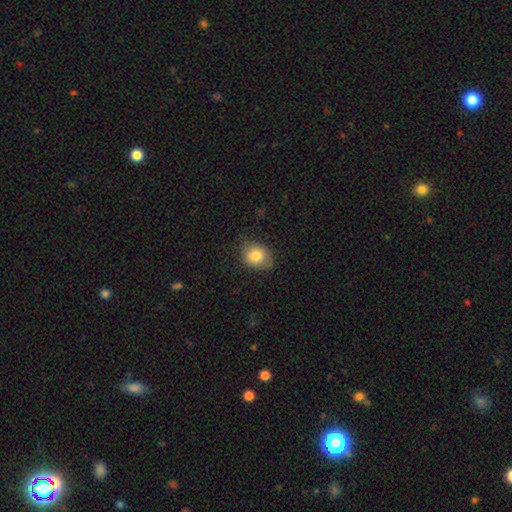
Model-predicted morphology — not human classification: A smooth galaxy with no disk features (82%) that is in between round and cigar-shaped (58%). Merging: none (72%).